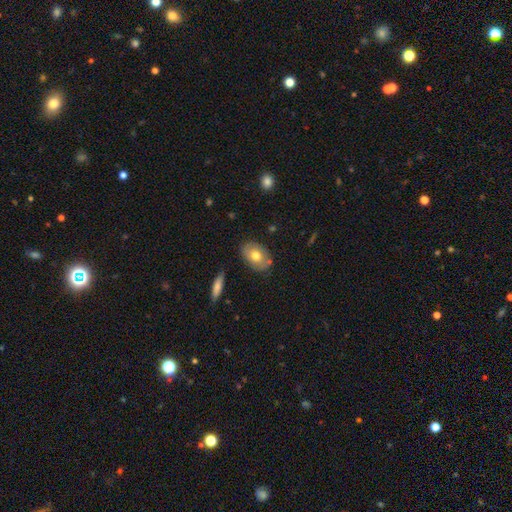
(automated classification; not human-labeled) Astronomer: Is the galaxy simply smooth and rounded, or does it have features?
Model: smooth — 69%.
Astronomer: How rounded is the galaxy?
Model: in between — 84%.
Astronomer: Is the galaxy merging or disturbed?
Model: none — 80%.